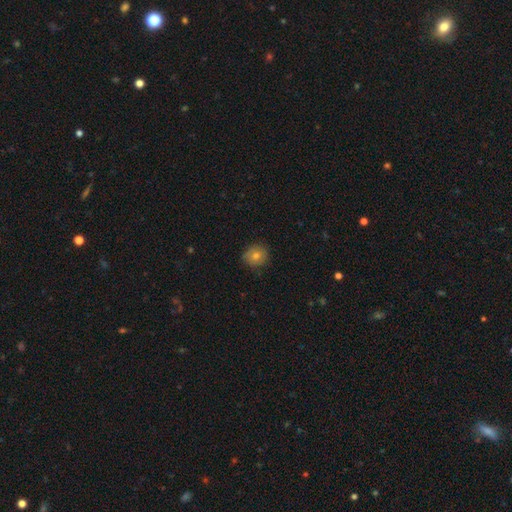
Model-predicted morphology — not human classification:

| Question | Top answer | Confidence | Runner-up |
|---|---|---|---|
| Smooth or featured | smooth | 70% | featured or disk (17%) |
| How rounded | round | 86% | in between (13%) |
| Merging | none | 84% | minor disturbance (13%) |